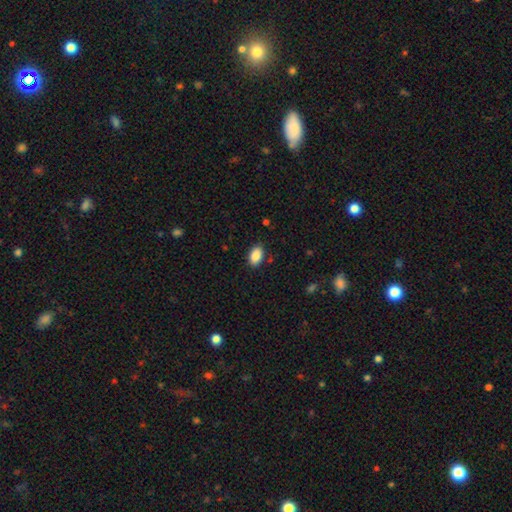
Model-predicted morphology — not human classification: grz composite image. It shows a smooth galaxy with no disk features (88%) that is in between round and cigar-shaped (91%). Merging: none (86%).